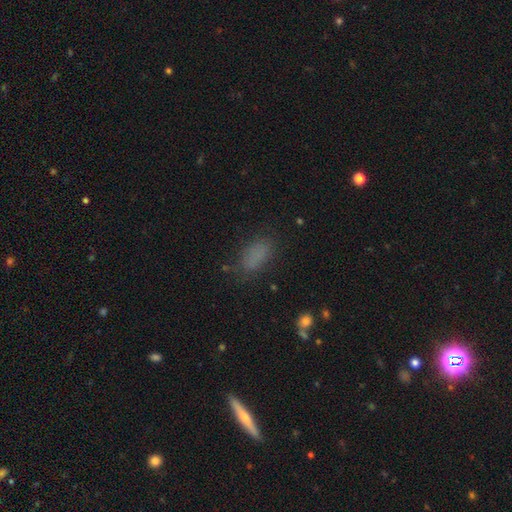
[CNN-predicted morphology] smooth-or-featured: smooth: 78% | star or artifact: 15% | featured or disk: 8%
  how-rounded: in between: 88% | cigar-shaped: 7% | round: 6%
  merging: none: 73% | minor disturbance: 17% | major disturbance: 8% | merger: 2%